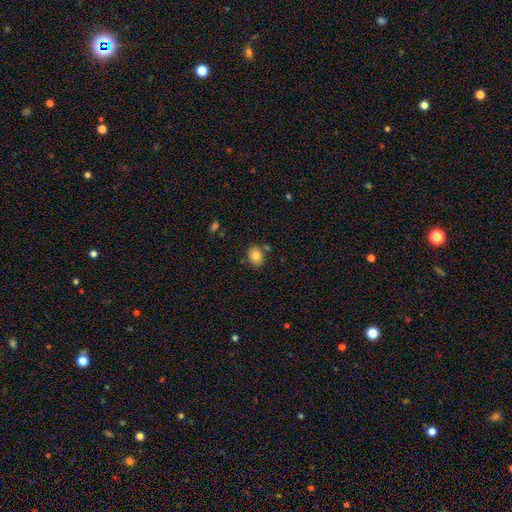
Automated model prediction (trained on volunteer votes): smooth-or-featured: smooth: 82% | featured or disk: 9% | star or artifact: 9%
  how-rounded: in between: 72% | round: 27% | cigar-shaped: 1%
  merging: none: 77% | minor disturbance: 12% | merger: 7% | major disturbance: 3%